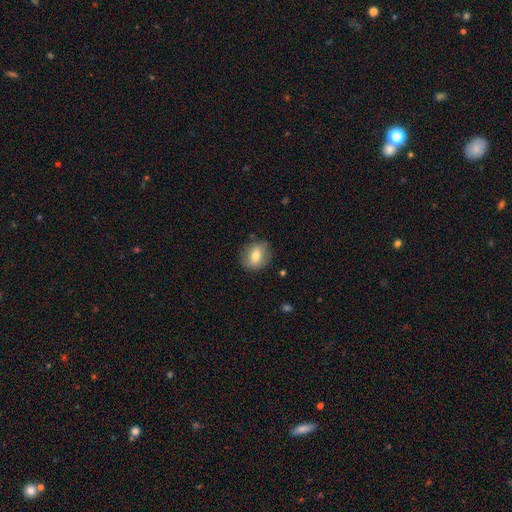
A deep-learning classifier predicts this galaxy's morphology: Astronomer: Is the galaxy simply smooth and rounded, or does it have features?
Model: smooth — 71%.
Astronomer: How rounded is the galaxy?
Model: round — 58% (runner-up: in between, 40%).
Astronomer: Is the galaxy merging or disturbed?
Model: none — 82%.